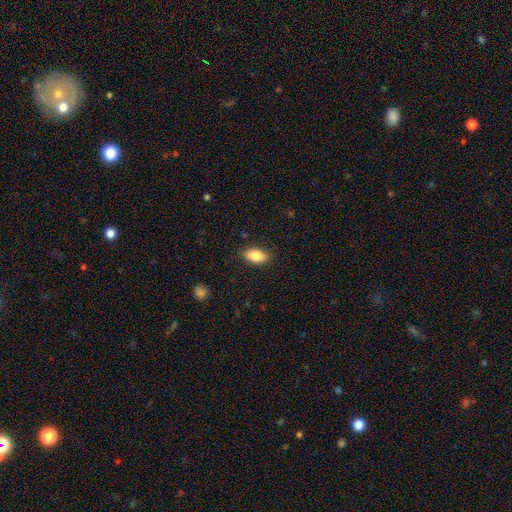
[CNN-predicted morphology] smooth-or-featured: smooth: 83% | featured or disk: 10% | star or artifact: 7%
  how-rounded: in between: 90% | cigar-shaped: 6% | round: 4%
  merging: none: 86% | minor disturbance: 10% | major disturbance: 2% | merger: 1%